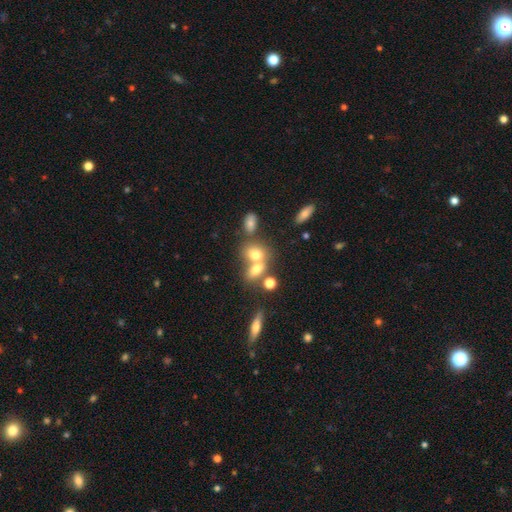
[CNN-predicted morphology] Smooth or featured? smooth (67%)
How rounded? in between (61%)
Merging? merger (56%)